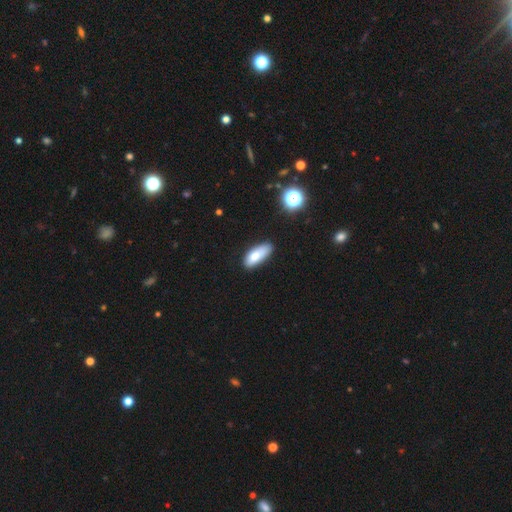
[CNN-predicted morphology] Overall: smooth (78%). How rounded: in between (79%). Merging: none (66%).